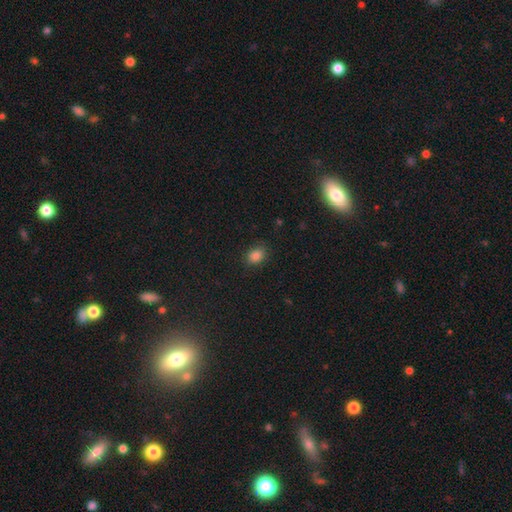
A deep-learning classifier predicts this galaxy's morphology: smooth-or-featured: smooth: 84% | star or artifact: 12% | featured or disk: 5%
  how-rounded: in between: 67% | round: 32% | cigar-shaped: 1%
  merging: none: 83% | minor disturbance: 13% | major disturbance: 3% | merger: 1%